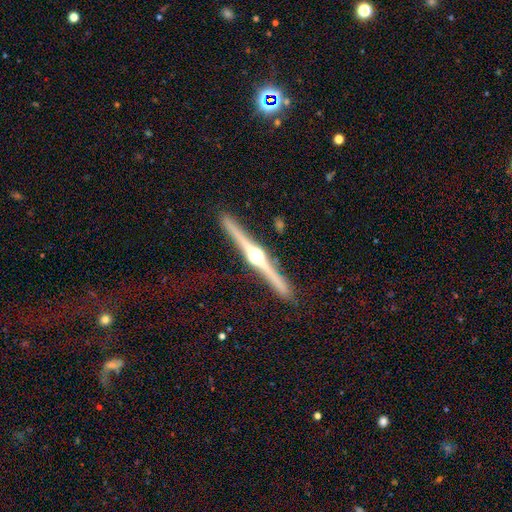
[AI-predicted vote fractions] A featured or disk galaxy (87%) viewed edge-on (99%) with a rounded central bulge (95%). Merging: none (91%).